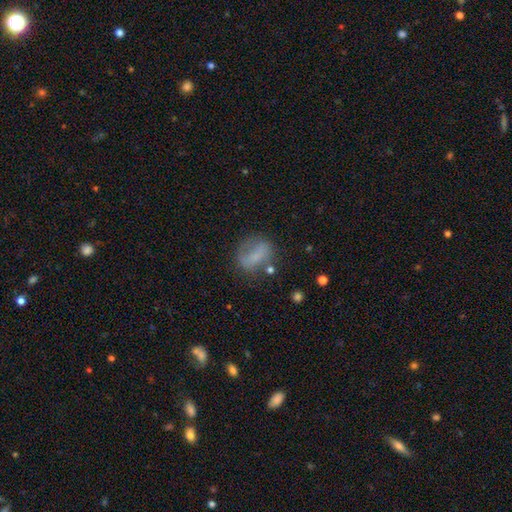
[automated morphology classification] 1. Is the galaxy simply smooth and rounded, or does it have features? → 61% smooth, 27% featured or disk, 11% star or artifact.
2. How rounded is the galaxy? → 57% in between, 39% round, 3% cigar-shaped.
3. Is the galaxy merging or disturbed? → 55% none, 25% minor disturbance, 16% major disturbance, 5% merger.